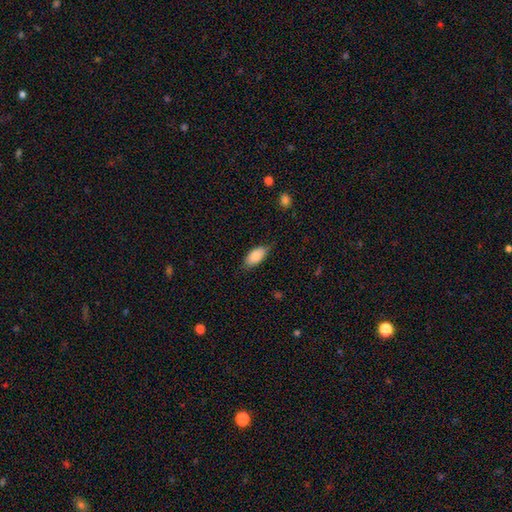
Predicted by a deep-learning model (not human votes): A smooth galaxy with no disk features (84%) that is in between round and cigar-shaped (91%).

Vote fractions:
- Smooth or featured? smooth: 84% / featured or disk: 10% / star or artifact: 7%
- How rounded? in between: 91% / cigar-shaped: 7% / round: 3%
- Merging? none: 73% / minor disturbance: 22% / major disturbance: 4% / merger: 1%